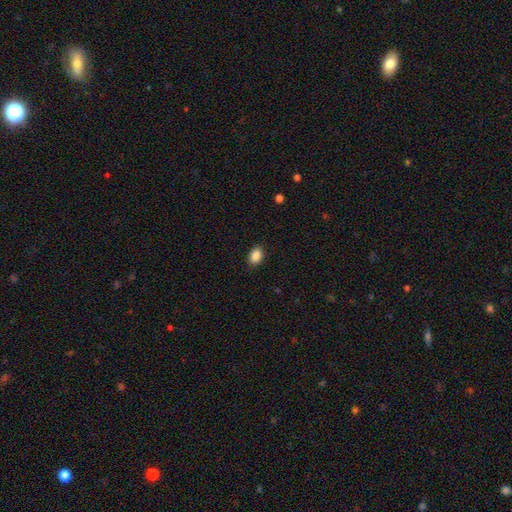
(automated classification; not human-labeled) smooth_or_featured: smooth (p=0.88) [alt: star or artifact p=0.08]
how_rounded: in between (p=0.83) [alt: round p=0.16]
merging: none (p=0.88) [alt: minor disturbance p=0.09]